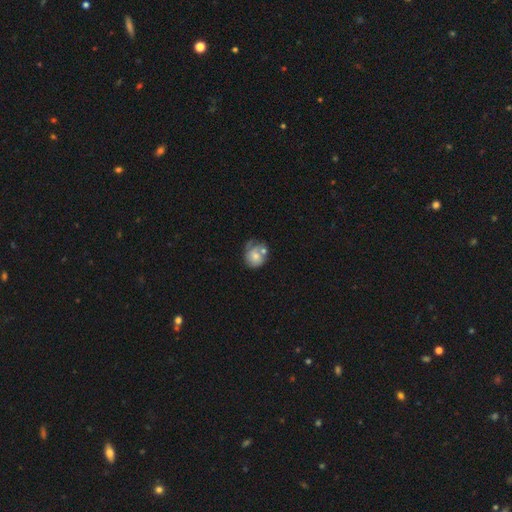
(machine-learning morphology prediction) Smooth or featured? smooth (51%)
How rounded? round (70%)
Merging? none (36%)